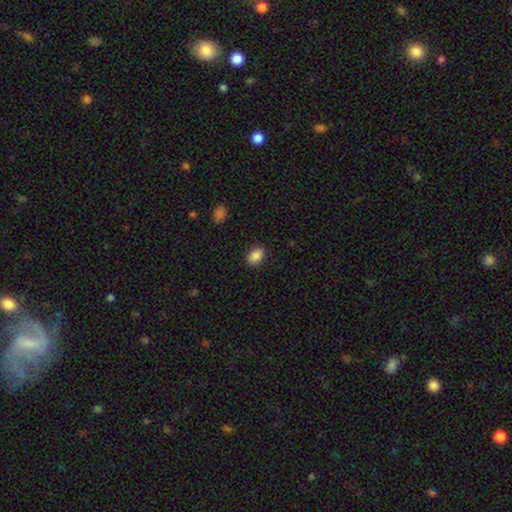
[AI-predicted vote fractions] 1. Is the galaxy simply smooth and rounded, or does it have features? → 87% smooth, 8% star or artifact, 4% featured or disk.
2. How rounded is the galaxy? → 80% in between, 19% round, 1% cigar-shaped.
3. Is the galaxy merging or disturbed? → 87% none, 10% minor disturbance, 2% major disturbance, 1% merger.